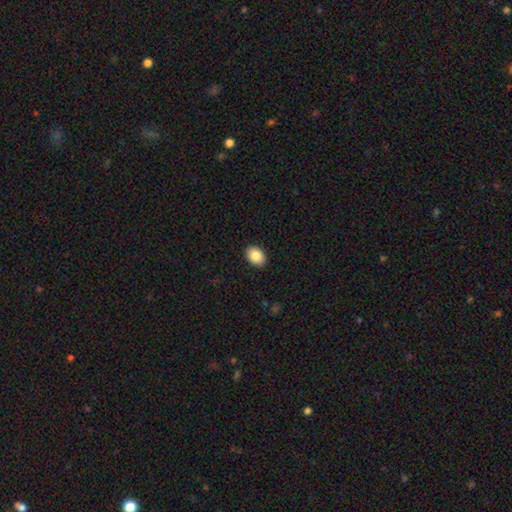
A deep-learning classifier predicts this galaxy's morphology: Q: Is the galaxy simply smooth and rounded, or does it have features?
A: smooth — 85%.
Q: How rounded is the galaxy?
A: in between — 80%.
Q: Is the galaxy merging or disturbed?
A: none — 90%.